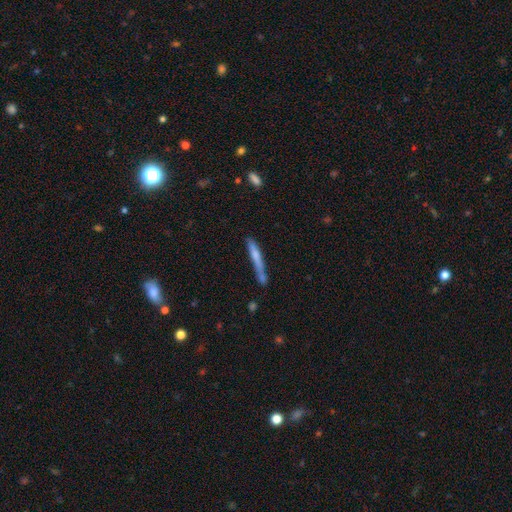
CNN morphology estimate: smooth-or-featured: smooth: 63% | featured or disk: 30% | star or artifact: 6%
  how-rounded: cigar-shaped: 94% | in between: 5% | round: 1%
  merging: none: 51% | minor disturbance: 22% | merger: 18% | major disturbance: 8%